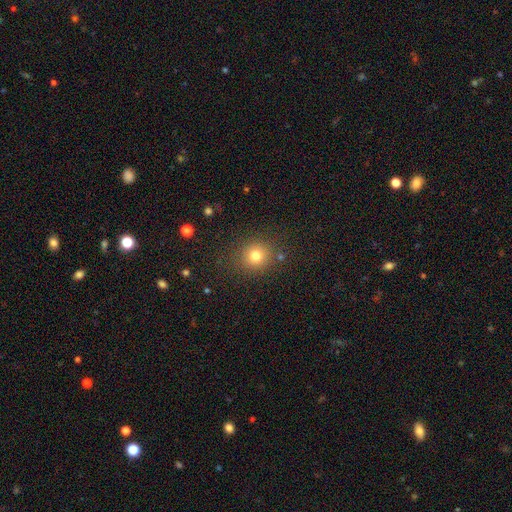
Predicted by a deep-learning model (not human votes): Q: Smooth or featured?
A: smooth (78%); runner-up: star or artifact (15%)
Q: How rounded?
A: round (87%); runner-up: in between (12%)
Q: Merging?
A: none (83%); runner-up: minor disturbance (10%)